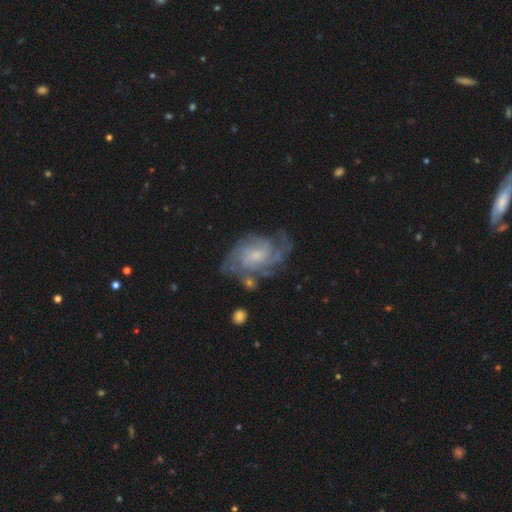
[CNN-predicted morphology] featured or disk 82%, smooth 11%, star or artifact 6%. Down the decision tree: edge-on disk — no (97%); bar — no (64%); spiral arms — yes (93%); spiral arm count — can't tell (35%); spiral winding — tight (48%); bulge size — small (50%); merging — none (64%).